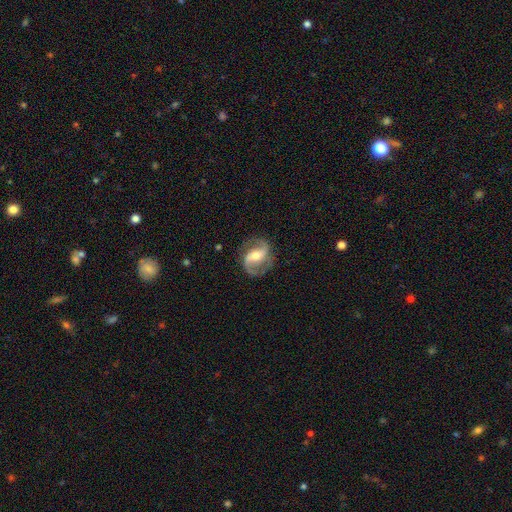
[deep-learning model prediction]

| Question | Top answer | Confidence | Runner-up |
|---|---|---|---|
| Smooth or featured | featured or disk | 88% | smooth (8%) |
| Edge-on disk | no | 98% | yes (2%) |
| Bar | weak | 40% | strong (34%) |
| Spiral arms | yes | 96% | no (4%) |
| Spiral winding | medium | 50% | loose (35%) |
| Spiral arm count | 2 | 93% | can't tell (2%) |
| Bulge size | moderate | 65% | small (26%) |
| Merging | none | 83% | minor disturbance (11%) |